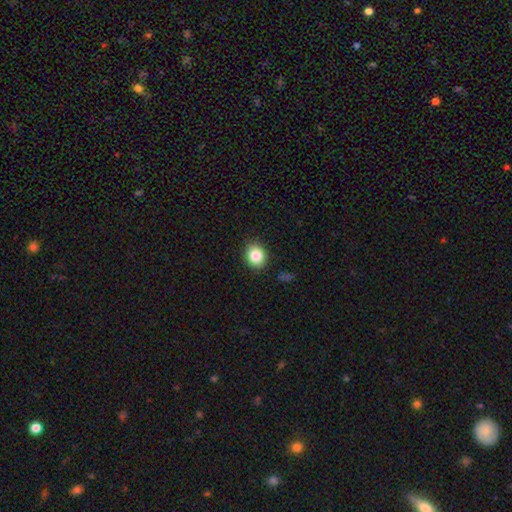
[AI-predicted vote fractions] This is clearly a smooth galaxy (85%). How rounded: likely round (69%). Merging: clearly none (89%).